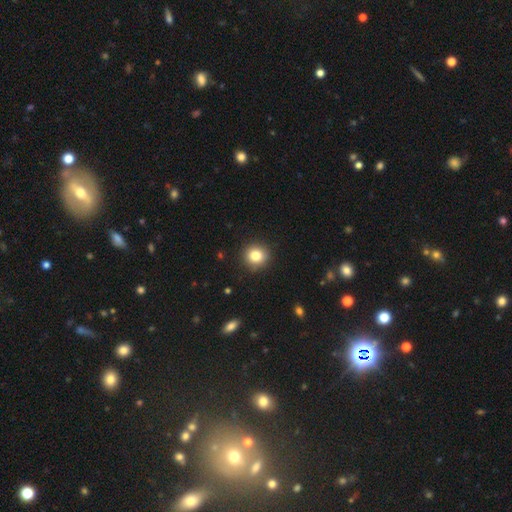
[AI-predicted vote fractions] Morphology: type=smooth (82%); roundness=round (90%); merging=none (91%).